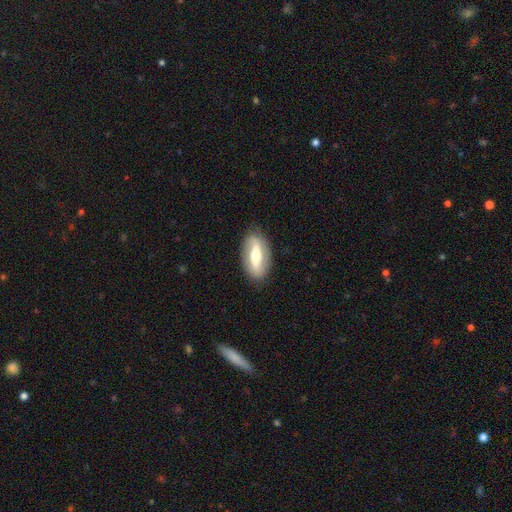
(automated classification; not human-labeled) Morphology: type=featured or disk (58%); edge-on=no (73%); merging=none (85%).